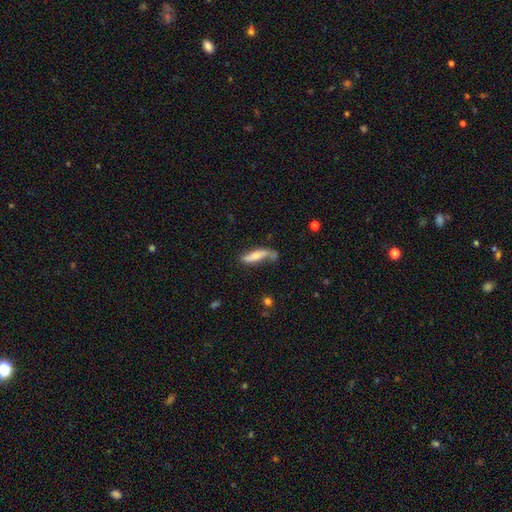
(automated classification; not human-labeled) A featured or disk galaxy (50%).

Vote fractions:
- Smooth or featured? featured or disk: 50% / smooth: 42% / star or artifact: 8%
- Merging? none: 52% / minor disturbance: 28% / major disturbance: 13% / merger: 7%